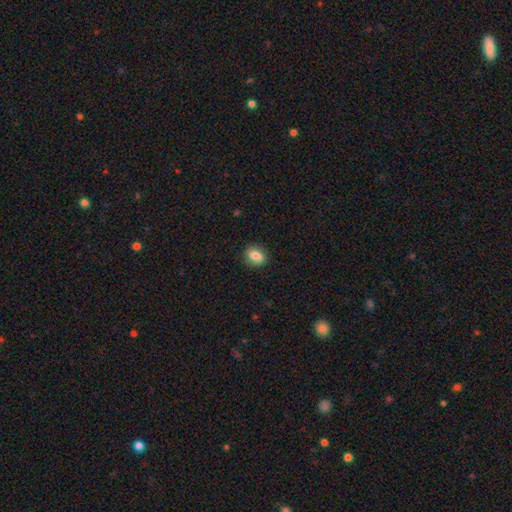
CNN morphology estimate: smooth-or-featured: smooth: 80% | featured or disk: 12% | star or artifact: 8%
  how-rounded: in between: 58% | round: 40% | cigar-shaped: 2%
  merging: none: 87% | minor disturbance: 10% | major disturbance: 2% | merger: 1%